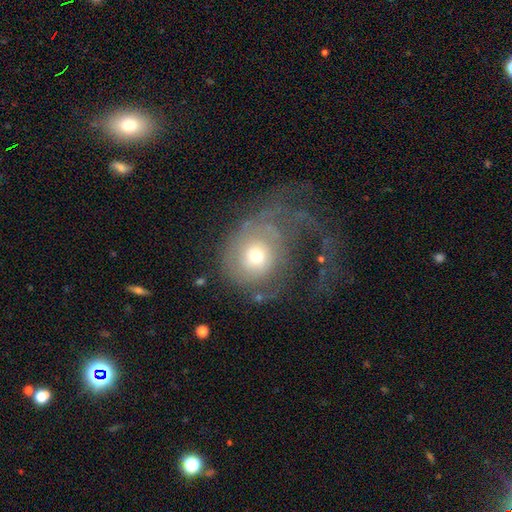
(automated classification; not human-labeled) featured or disk 51%, smooth 40%, star or artifact 9%. Down the decision tree: edge-on disk — no (96%); merging — major disturbance (52%).